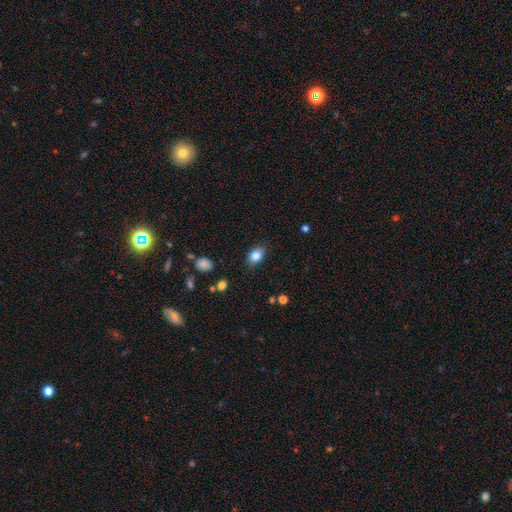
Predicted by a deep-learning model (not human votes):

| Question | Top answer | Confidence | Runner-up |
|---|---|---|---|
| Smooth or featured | smooth | 84% | star or artifact (9%) |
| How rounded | in between | 83% | round (15%) |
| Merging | none | 83% | minor disturbance (13%) |